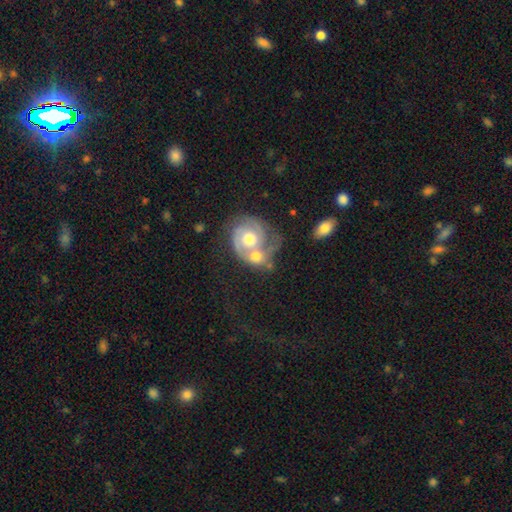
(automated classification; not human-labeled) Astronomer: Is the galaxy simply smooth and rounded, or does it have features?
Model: featured or disk — 65%.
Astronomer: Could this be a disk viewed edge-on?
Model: no — 97%.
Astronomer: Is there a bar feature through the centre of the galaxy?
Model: no — 77%.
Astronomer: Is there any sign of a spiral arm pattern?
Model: yes — 78%.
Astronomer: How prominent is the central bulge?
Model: moderate — 66%.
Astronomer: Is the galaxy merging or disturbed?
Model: merger — 60%.